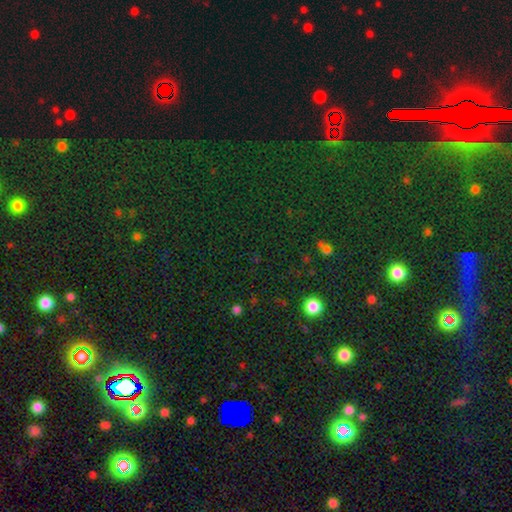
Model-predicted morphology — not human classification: Smooth or featured? star or artifact (74%)